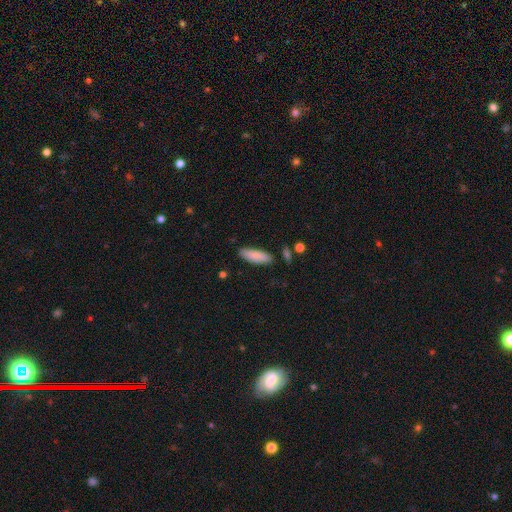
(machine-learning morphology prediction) type=smooth (86%); roundness=in between (53%); merging=none (83%).